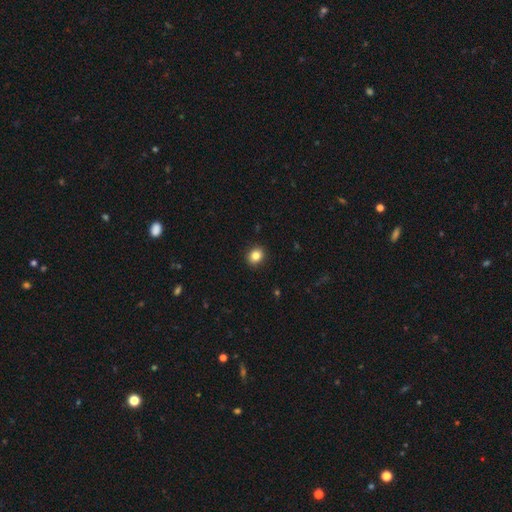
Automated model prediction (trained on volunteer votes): Smooth or featured: smooth — 84% (star or artifact — 10%)
How rounded: round — 72% (in between — 27%)
Merging: none — 91% (minor disturbance — 6%)